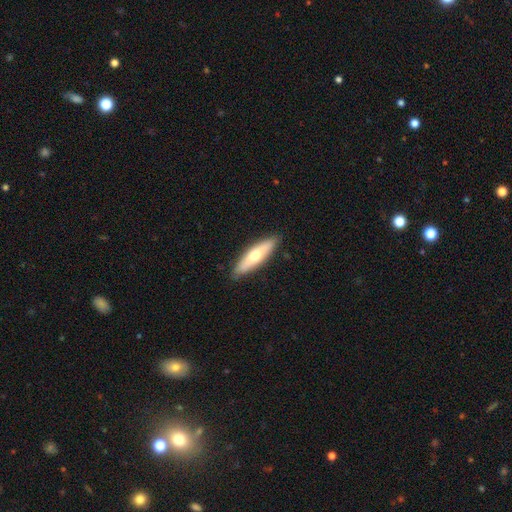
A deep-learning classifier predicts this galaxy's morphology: Smooth or featured: smooth — 57% (featured or disk — 38%)
How rounded: cigar-shaped — 69% (in between — 29%)
Merging: none — 88% (minor disturbance — 9%)